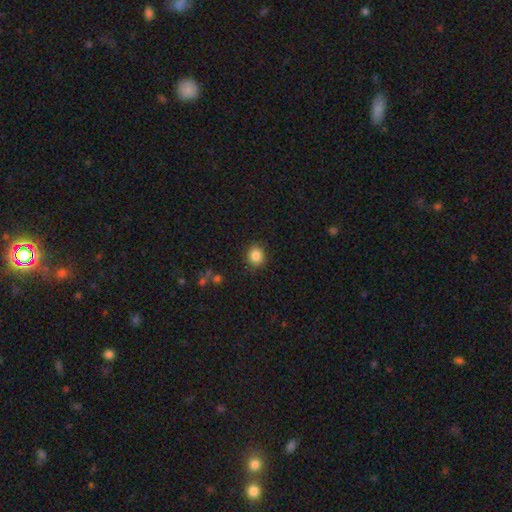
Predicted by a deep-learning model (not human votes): Overall: smooth (86%). How rounded: round (80%). Merging: none (86%).